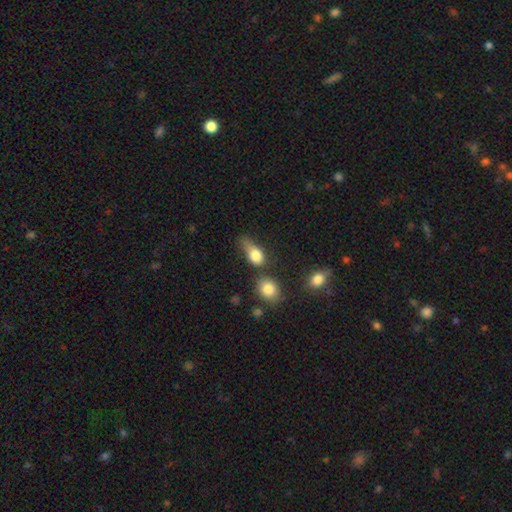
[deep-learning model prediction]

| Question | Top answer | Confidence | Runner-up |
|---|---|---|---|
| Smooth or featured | smooth | 79% | featured or disk (12%) |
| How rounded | in between | 67% | round (26%) |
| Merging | minor disturbance | 31% | none (29%) |